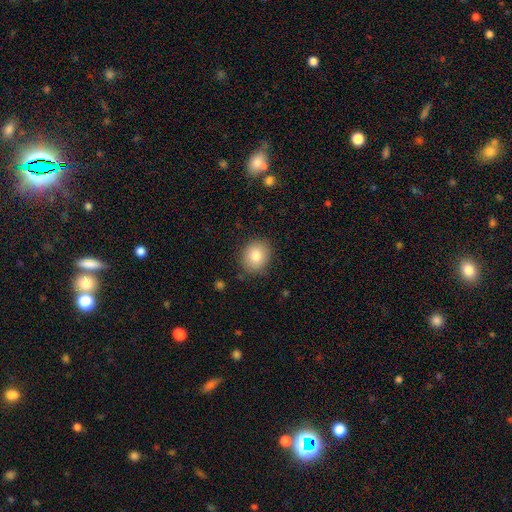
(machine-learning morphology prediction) A smooth galaxy with no disk features (82%) that is round (68%). Merging: none (86%).